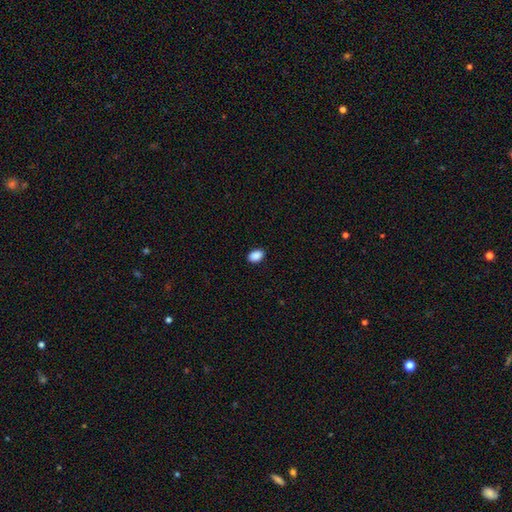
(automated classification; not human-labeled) Smooth or featured: smooth — 90% (star or artifact — 8%)
How rounded: in between — 84% (round — 15%)
Merging: none — 89% (minor disturbance — 8%)